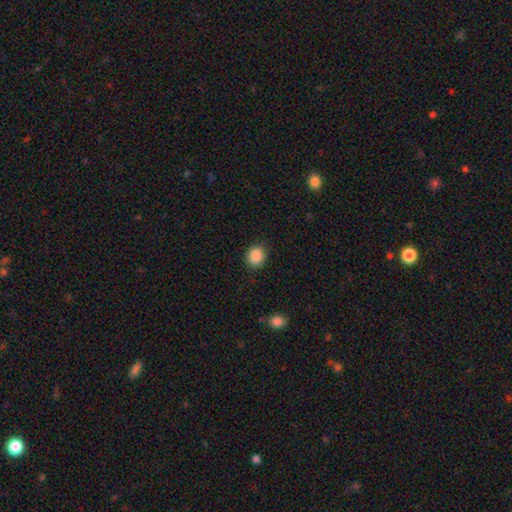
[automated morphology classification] Q: Smooth or featured?
A: smooth (88%); runner-up: star or artifact (9%)
Q: How rounded?
A: round (78%); runner-up: in between (22%)
Q: Merging?
A: none (88%); runner-up: minor disturbance (9%)